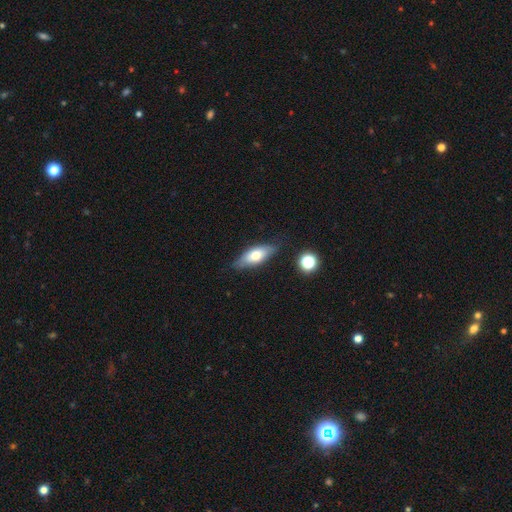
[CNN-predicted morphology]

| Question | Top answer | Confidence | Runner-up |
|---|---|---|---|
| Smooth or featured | smooth | 62% | featured or disk (30%) |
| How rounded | in between | 72% | cigar-shaped (24%) |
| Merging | none | 78% | minor disturbance (16%) |